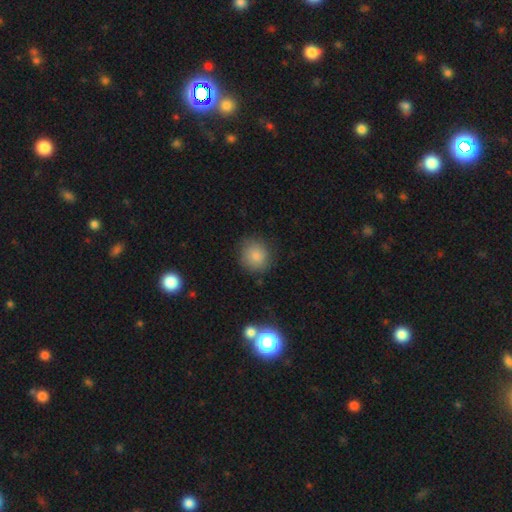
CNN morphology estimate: The model was most divided on "merging": none: 83%, minor disturbance: 12%, major disturbance: 3%, merger: 1%. More confident: how rounded — round (88%); smooth or featured — smooth (84%).